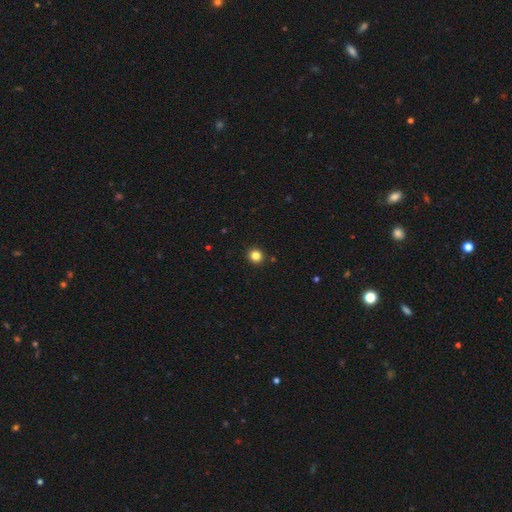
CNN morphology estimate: Smooth or featured: smooth — 83% (star or artifact — 13%)
How rounded: round — 92% (in between — 7%)
Merging: none — 92% (minor disturbance — 5%)